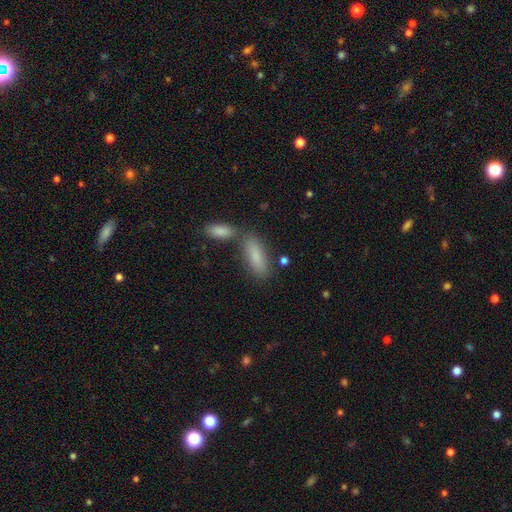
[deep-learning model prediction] Smooth or featured: smooth — 83% (featured or disk — 10%)
How rounded: in between — 64% (cigar-shaped — 33%)
Merging: none — 58% (merger — 27%)